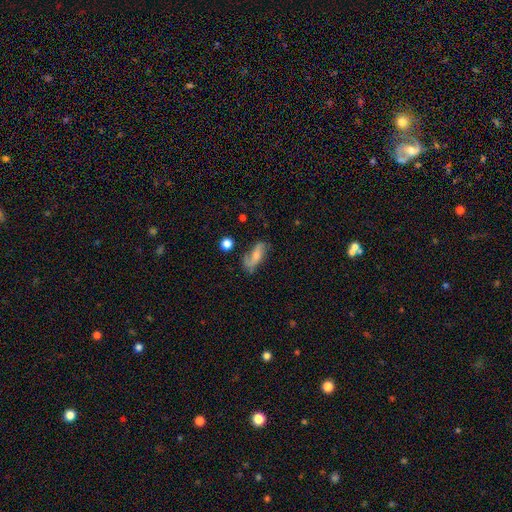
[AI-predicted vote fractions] A featured or disk galaxy (48%).

Vote fractions:
- Smooth or featured? featured or disk: 48% / smooth: 43% / star or artifact: 9%
- Merging? none: 50% / minor disturbance: 28% / major disturbance: 17% / merger: 5%